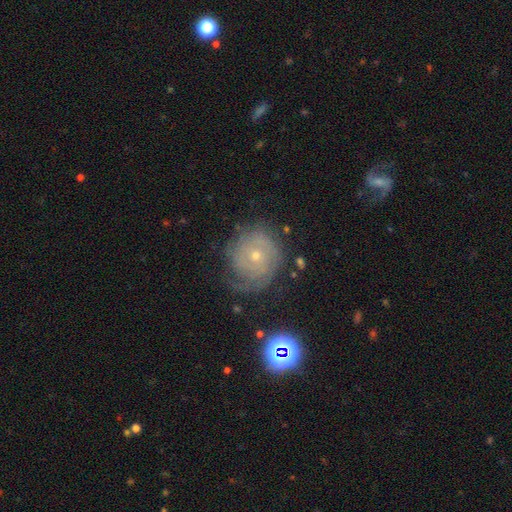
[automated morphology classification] Overall: featured or disk (70%). Edge-on disk: no (97%). Bar: no (82%). Spiral arms: yes (88%). Spiral arm count: can't tell (47%; 2 20%). Spiral winding: tight (72%). Bulge size: small (65%; moderate 32%). Merging: none (62%; minor disturbance 23%).